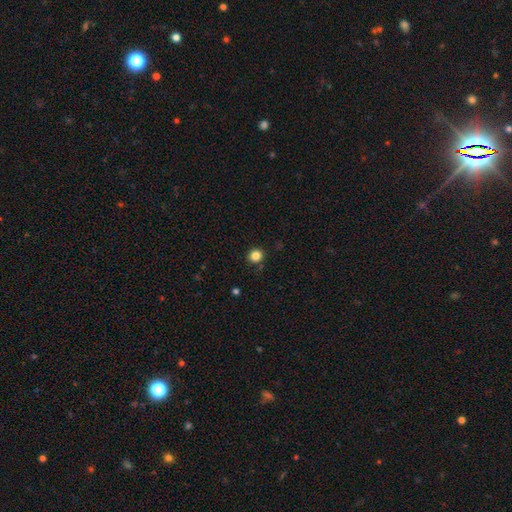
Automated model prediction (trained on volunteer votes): smooth_or_featured: smooth (p=0.84) [alt: star or artifact p=0.12]
how_rounded: round (p=0.89) [alt: in between p=0.10]
merging: none (p=0.89) [alt: minor disturbance p=0.07]